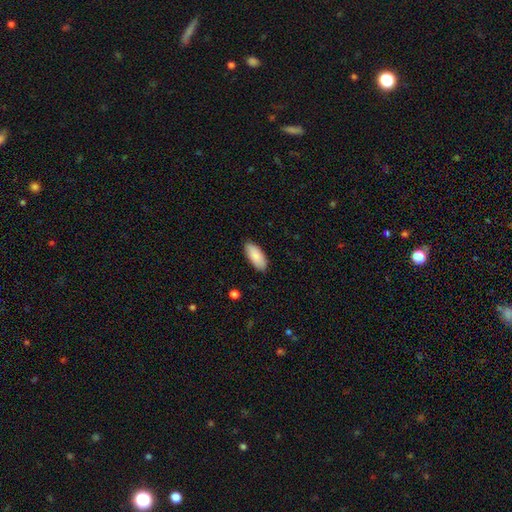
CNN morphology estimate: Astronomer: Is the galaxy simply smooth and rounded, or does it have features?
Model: smooth — 87%.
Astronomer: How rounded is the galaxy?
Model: in between — 88%.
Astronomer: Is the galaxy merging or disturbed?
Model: none — 87%.